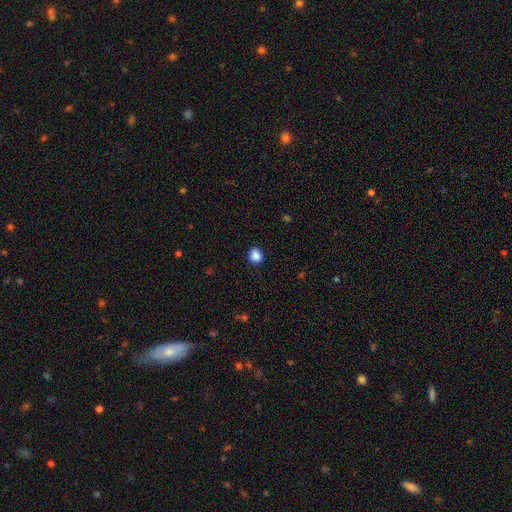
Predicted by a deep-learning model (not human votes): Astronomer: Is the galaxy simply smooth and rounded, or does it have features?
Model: smooth — 87%.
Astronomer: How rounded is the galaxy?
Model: round — 77%.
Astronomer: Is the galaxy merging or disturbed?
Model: none — 88%.